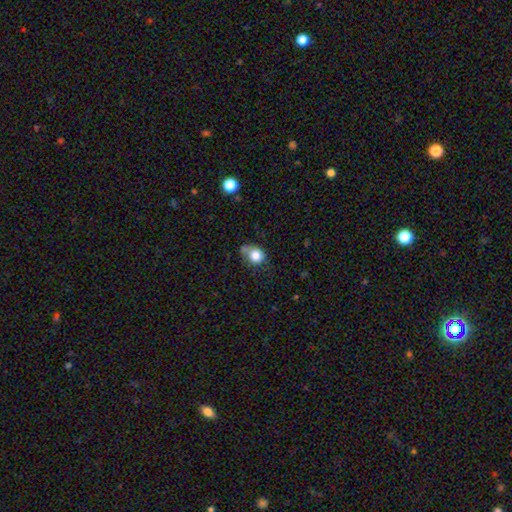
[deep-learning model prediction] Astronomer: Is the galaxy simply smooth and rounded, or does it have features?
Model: smooth — 80%.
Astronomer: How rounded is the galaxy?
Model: round — 66%.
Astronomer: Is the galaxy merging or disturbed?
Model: none — 41% (runner-up: minor disturbance, 32%).